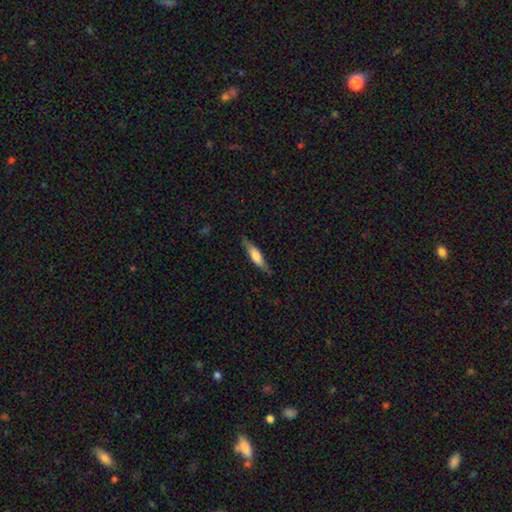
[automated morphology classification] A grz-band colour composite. It shows a smooth galaxy with no disk features (60%) that is cigar-shaped (68%). Merging: none (78%).